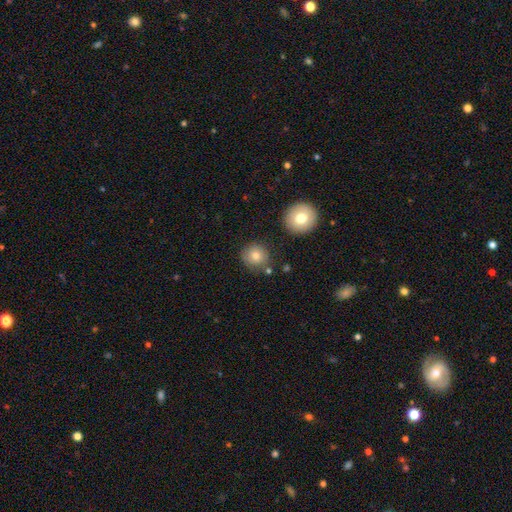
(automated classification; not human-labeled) A smooth galaxy with no disk features (79%) that is round (88%).

Vote fractions:
- Smooth or featured? smooth: 79% / star or artifact: 11% / featured or disk: 10%
- How rounded? round: 88% / in between: 11% / cigar-shaped: 1%
- Merging? none: 80% / minor disturbance: 12% / merger: 5% / major disturbance: 3%